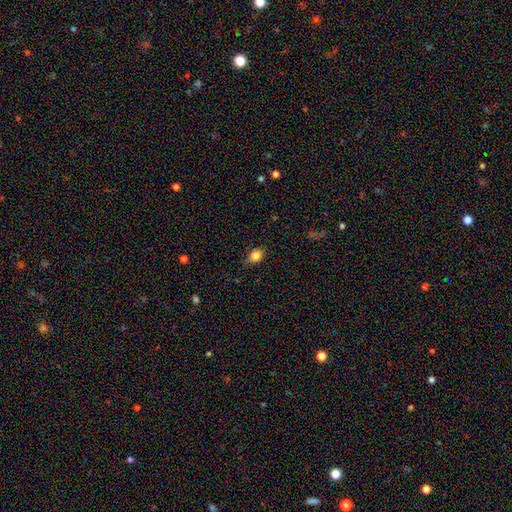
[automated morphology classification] A smooth galaxy with no disk features (84%) that is in between round and cigar-shaped (54%).

Vote fractions:
- Smooth or featured? smooth: 84% / star or artifact: 10% / featured or disk: 6%
- How rounded? in between: 54% / round: 45% / cigar-shaped: 1%
- Merging? none: 77% / minor disturbance: 18% / major disturbance: 3% / merger: 1%